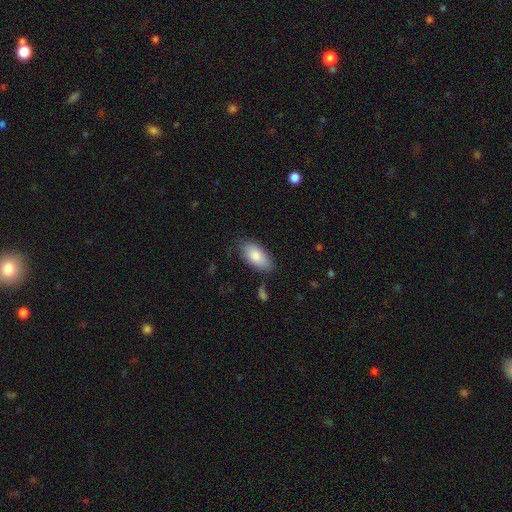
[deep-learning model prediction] Q: Smooth or featured?
A: smooth (84%); runner-up: featured or disk (10%)
Q: How rounded?
A: in between (92%); runner-up: cigar-shaped (5%)
Q: Merging?
A: none (77%); runner-up: minor disturbance (16%)